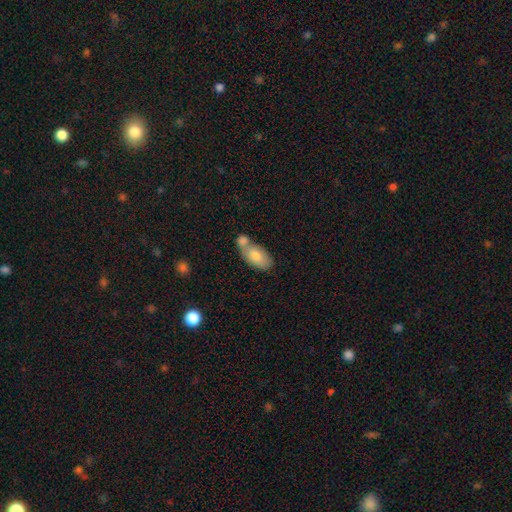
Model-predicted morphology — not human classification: smooth-or-featured: smooth: 74% | featured or disk: 20% | star or artifact: 6%
  how-rounded: in between: 93% | round: 5% | cigar-shaped: 3%
  merging: merger: 51% | none: 31% | minor disturbance: 13% | major disturbance: 5%